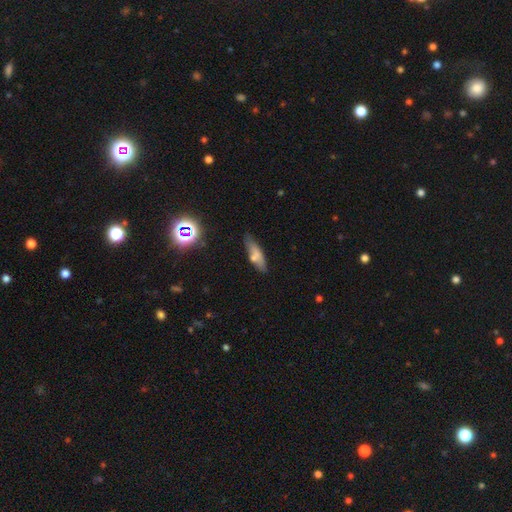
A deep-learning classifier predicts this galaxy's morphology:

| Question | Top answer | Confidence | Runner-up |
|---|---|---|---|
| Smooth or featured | smooth | 67% | featured or disk (23%) |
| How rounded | cigar-shaped | 54% | in between (44%) |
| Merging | none | 66% | minor disturbance (21%) |